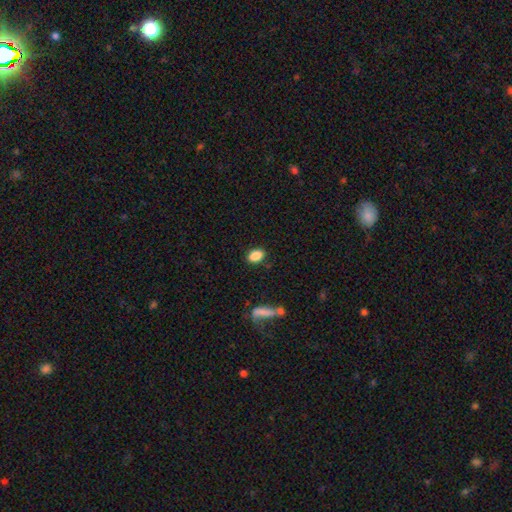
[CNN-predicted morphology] This appears to be a smooth galaxy with no disk features (88%) that is in between round and cigar-shaped (82%). Merging: none (85%).